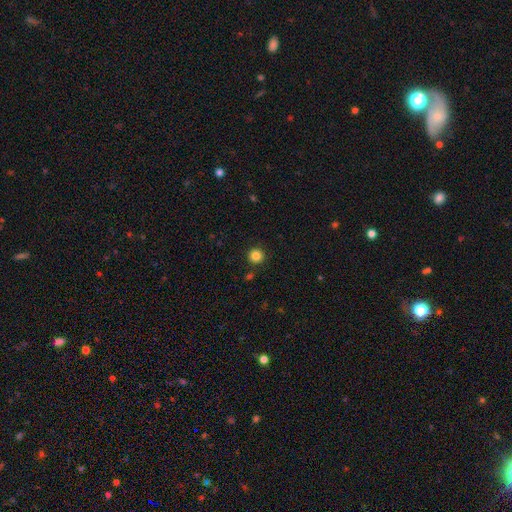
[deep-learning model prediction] smooth-or-featured: smooth: 84% | star or artifact: 12% | featured or disk: 4%
  how-rounded: round: 95% | in between: 4% | cigar-shaped: 1%
  merging: none: 91% | minor disturbance: 5% | merger: 2% | major disturbance: 2%